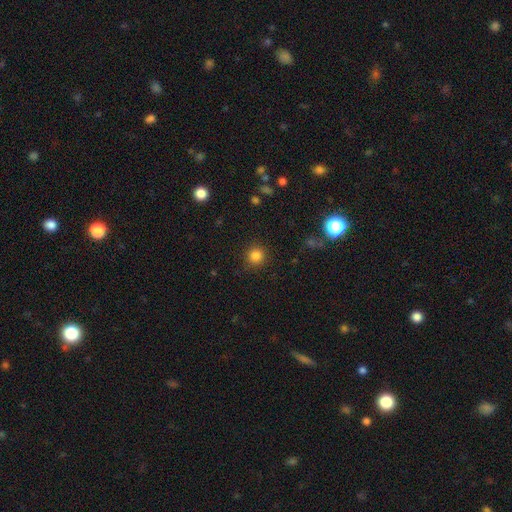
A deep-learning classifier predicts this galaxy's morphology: Smooth or featured?
  - smooth: 84% *
  - star or artifact: 12%
  - featured or disk: 4%
How rounded?
  - round: 94% *
  - in between: 5%
  - cigar-shaped: 1%
Merging?
  - none: 89% *
  - minor disturbance: 7%
  - major disturbance: 3%
  - merger: 1%